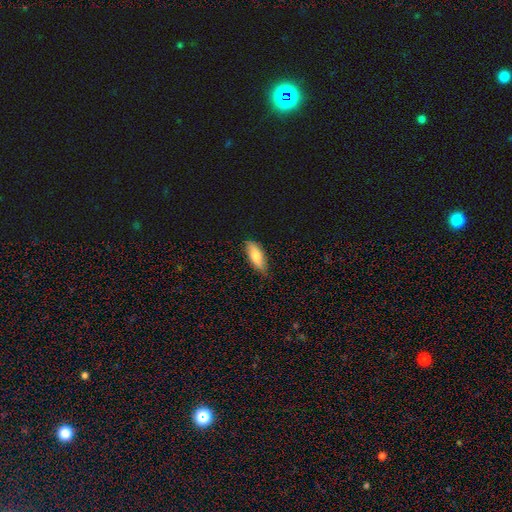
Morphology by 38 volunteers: Smooth or featured? smooth (82%)
How rounded? in between (61%)
Merging? none (92%)